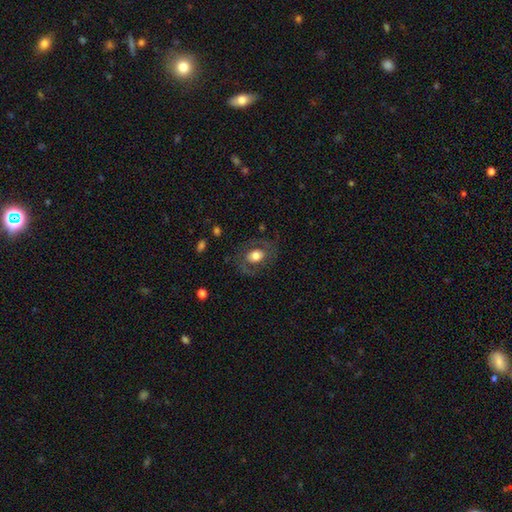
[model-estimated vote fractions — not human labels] Smooth or featured?
  - smooth: 54% *
  - featured or disk: 37%
  - star or artifact: 8%
How rounded?
  - in between: 60% *
  - round: 39%
  - cigar-shaped: 1%
Merging?
  - none: 72% *
  - minor disturbance: 15%
  - major disturbance: 12%
  - merger: 1%